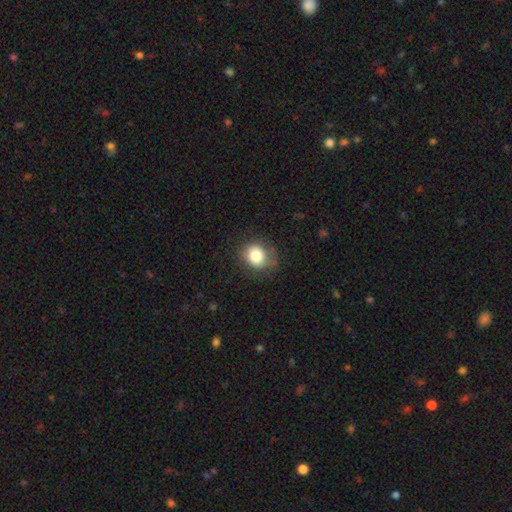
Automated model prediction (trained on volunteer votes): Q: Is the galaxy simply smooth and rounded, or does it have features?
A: smooth — 81%.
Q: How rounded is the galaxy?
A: round — 71%.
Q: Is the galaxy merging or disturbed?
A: none — 71%.